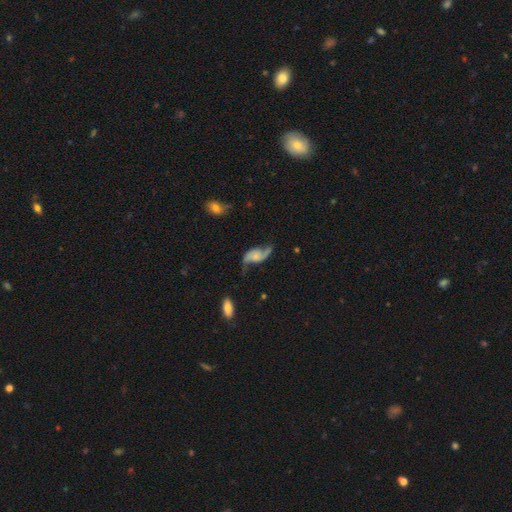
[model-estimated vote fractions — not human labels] This is clearly a featured or disk galaxy (82%). It is clearly not viewed edge-on (96%). Bar: likely no (64%). Spiral arm pattern: clearly yes (95%). Spiral arm count: clearly 2 (91%). Spiral winding: likely loose (79%). Central bulge: marginally small (38%). Merging: likely none (63%).